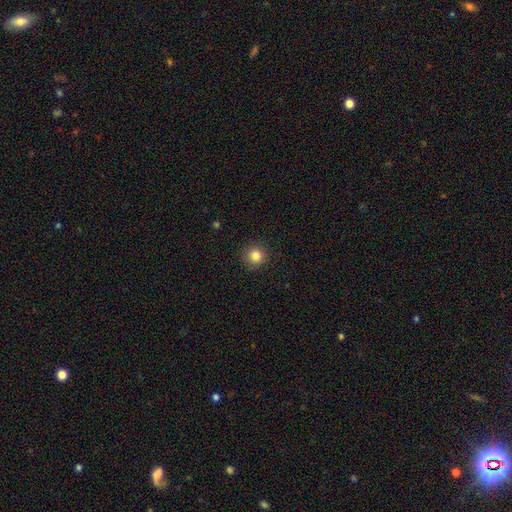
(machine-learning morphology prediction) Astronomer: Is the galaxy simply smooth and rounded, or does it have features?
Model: smooth — 83%.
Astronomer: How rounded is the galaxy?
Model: round — 95%.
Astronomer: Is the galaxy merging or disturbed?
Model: none — 91%.